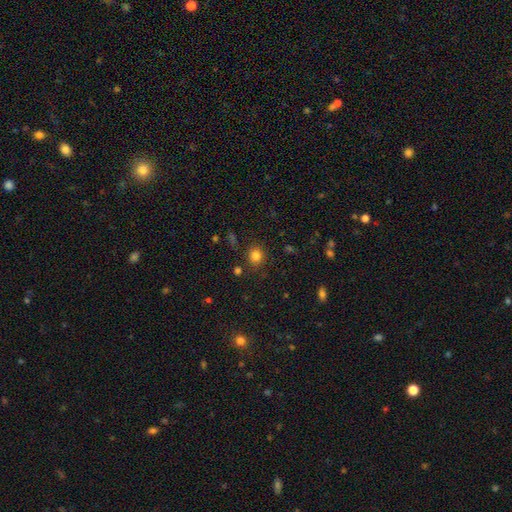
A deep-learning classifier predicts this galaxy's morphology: This appears to be a smooth galaxy with no disk features (81%) that is round (81%). Merging: none (84%).